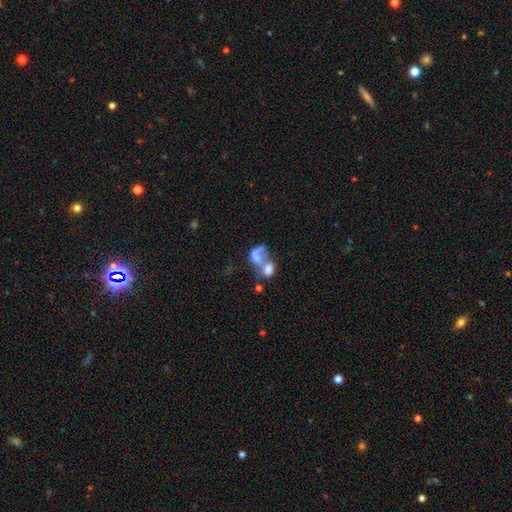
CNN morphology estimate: type=smooth (44%); merging=merger (66%).